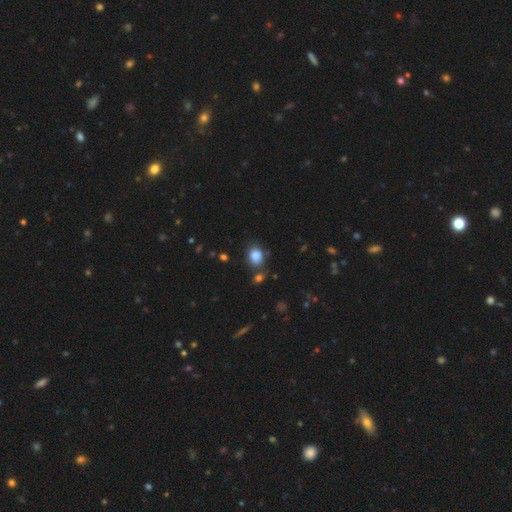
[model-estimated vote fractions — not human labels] Smooth or featured? Predicted: smooth (p=0.85). How rounded? Predicted: in between (p=0.49, tied with round). Merging? Predicted: none (p=0.68).